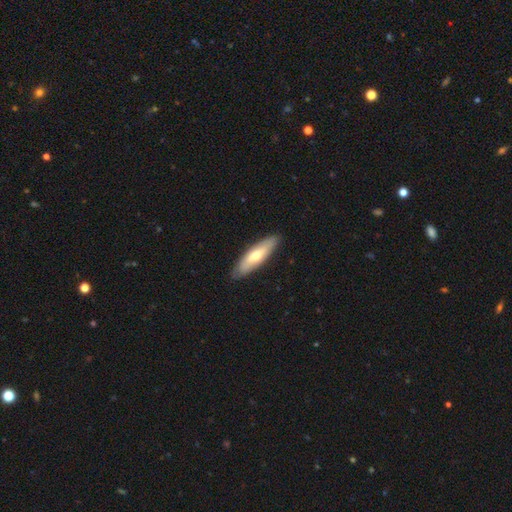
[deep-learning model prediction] Smooth or featured? Predicted: smooth (p=0.55). How rounded? Predicted: cigar-shaped (p=0.58). Merging? Predicted: none (p=0.86).